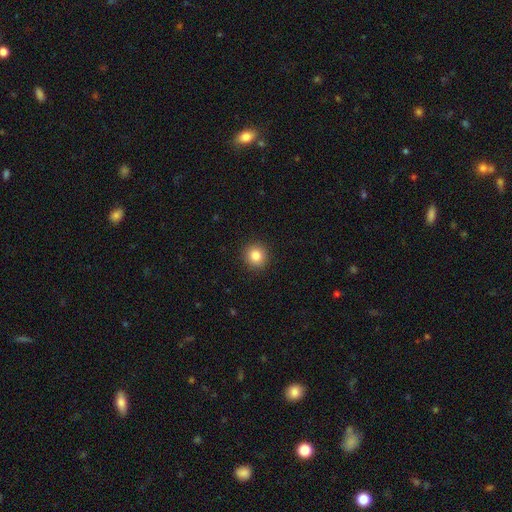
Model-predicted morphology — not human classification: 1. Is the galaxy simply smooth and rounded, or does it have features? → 85% smooth, 10% star or artifact, 5% featured or disk.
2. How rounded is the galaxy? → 91% round, 8% in between, 1% cigar-shaped.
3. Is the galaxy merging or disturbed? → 92% none, 5% minor disturbance, 2% major disturbance, 1% merger.